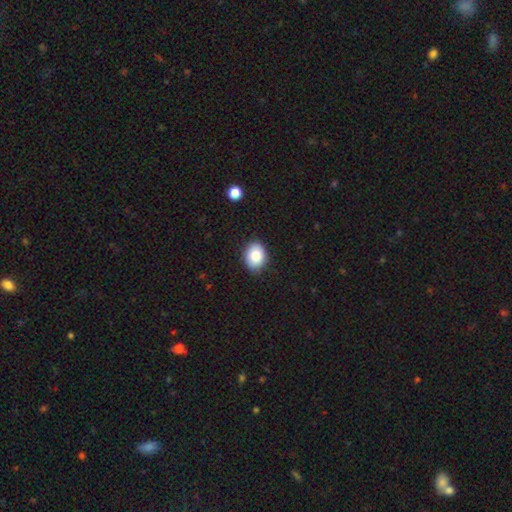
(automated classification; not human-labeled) Smooth or featured? Predicted: smooth (p=0.85). How rounded? Predicted: in between (p=0.63). Merging? Predicted: none (p=0.86).